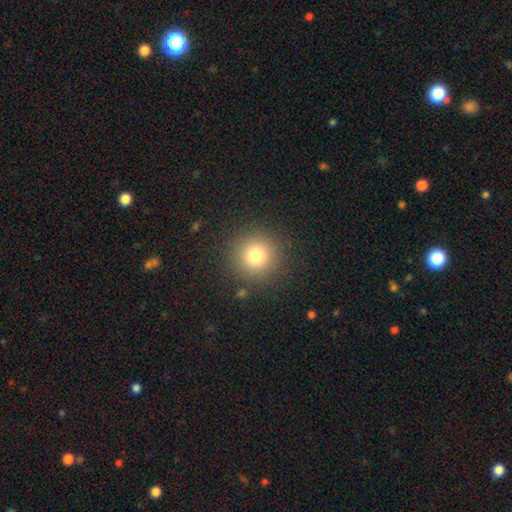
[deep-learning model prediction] Smooth or featured? smooth (79%)
How rounded? round (95%)
Merging? none (89%)